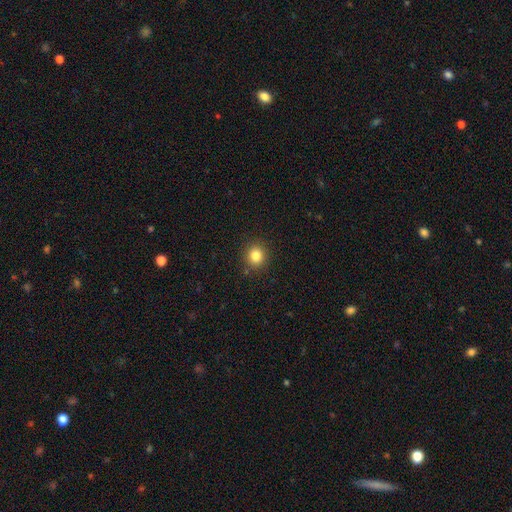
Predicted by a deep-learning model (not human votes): Smooth or featured? smooth (83%)
How rounded? round (87%)
Merging? none (89%)